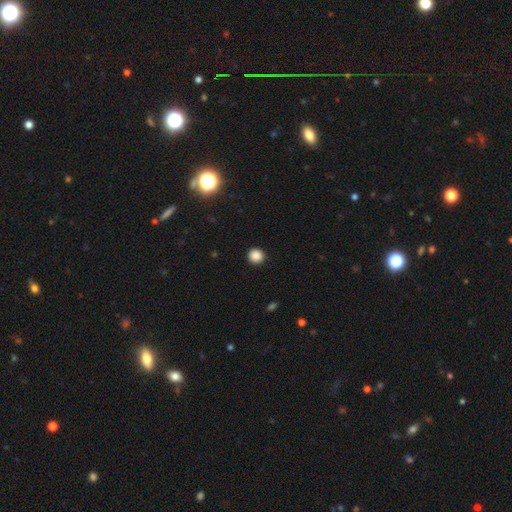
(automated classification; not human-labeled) This appears to be a smooth galaxy with no disk features (86%) that is round (94%). Merging: none (93%).